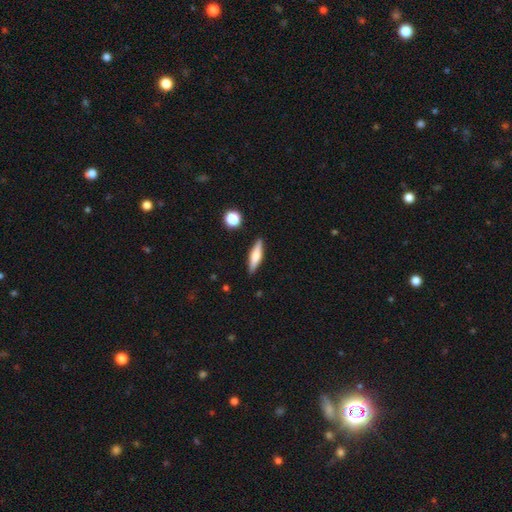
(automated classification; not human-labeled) Smooth or featured? smooth (54%)
How rounded? cigar-shaped (71%)
Merging? none (88%)